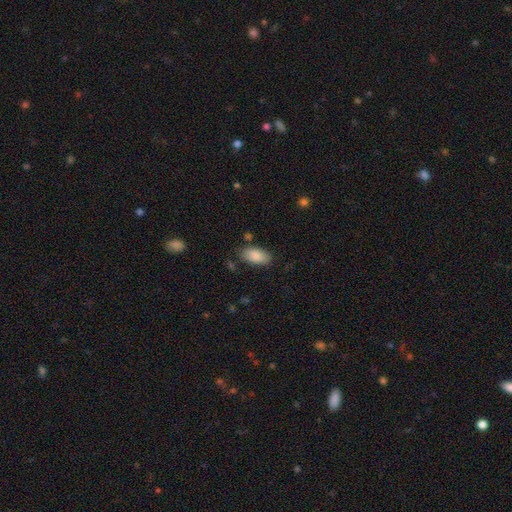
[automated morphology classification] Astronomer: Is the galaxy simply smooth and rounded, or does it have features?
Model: smooth — 88%.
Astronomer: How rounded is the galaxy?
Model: in between — 93%.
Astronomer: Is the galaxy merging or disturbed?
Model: none — 81%.